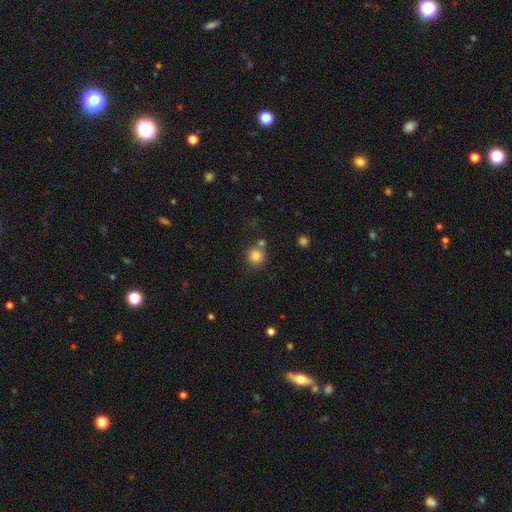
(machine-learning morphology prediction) Overall: smooth (84%). How rounded: round (92%). Merging: none (73%).